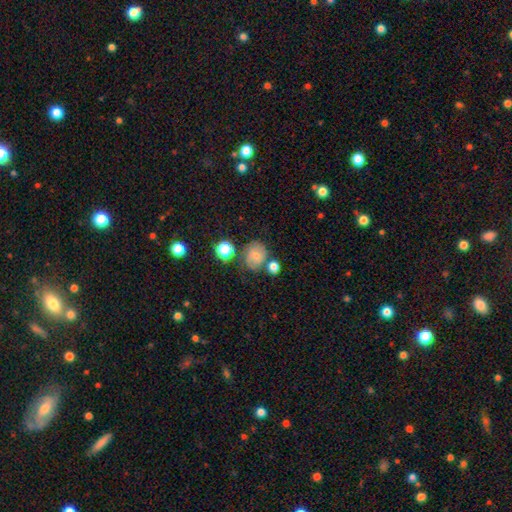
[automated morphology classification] Smooth or featured: smooth — 56% (featured or disk — 31%)
How rounded: round — 69% (in between — 31%)
Merging: none — 63% (minor disturbance — 18%)